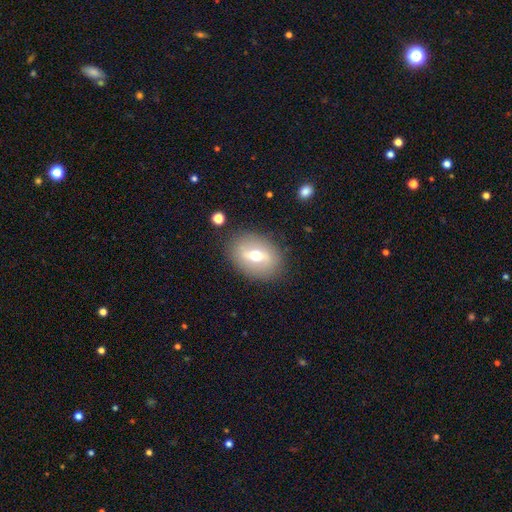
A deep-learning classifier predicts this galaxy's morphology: This is possibly a featured or disk galaxy (48%). Merging: clearly none (84%).